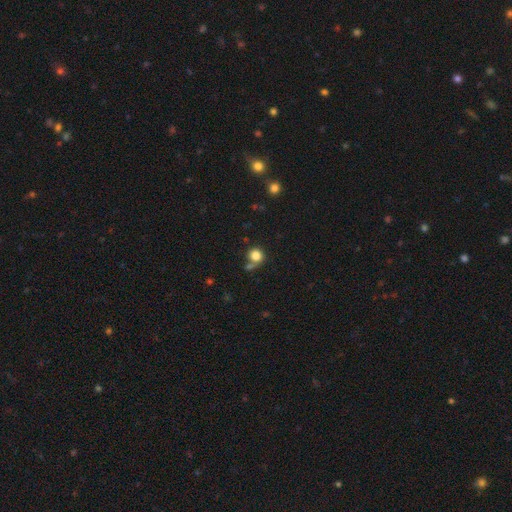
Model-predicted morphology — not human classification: Smooth or featured? smooth (82%)
How rounded? round (89%)
Merging? none (64%)